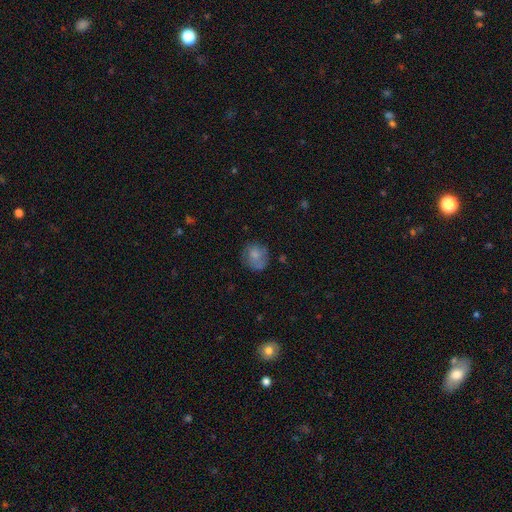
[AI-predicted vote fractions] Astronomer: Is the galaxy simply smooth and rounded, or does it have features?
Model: smooth — 76%.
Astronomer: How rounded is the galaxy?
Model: round — 80%.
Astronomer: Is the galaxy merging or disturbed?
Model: none — 69%.